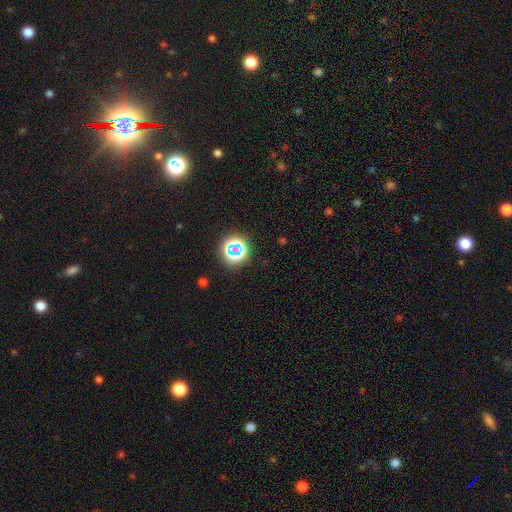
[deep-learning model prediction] The model was most divided on "smooth or featured": star or artifact: 64%, smooth: 29%, featured or disk: 7%.